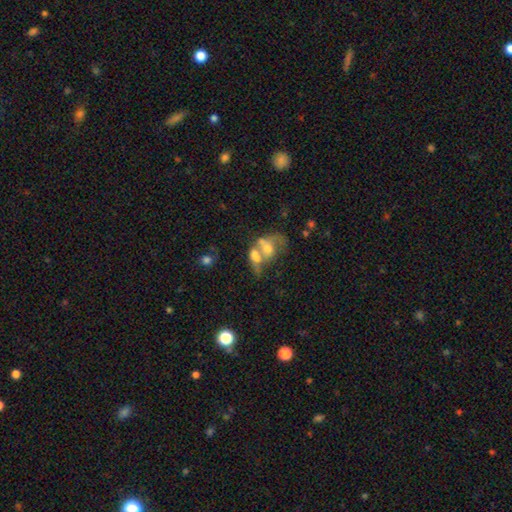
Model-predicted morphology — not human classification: A featured or disk galaxy (43%).

Vote fractions:
- Smooth or featured? featured or disk: 43% / smooth: 37% / star or artifact: 20%
- Merging? merger: 59% / none: 23% / major disturbance: 10% / minor disturbance: 9%